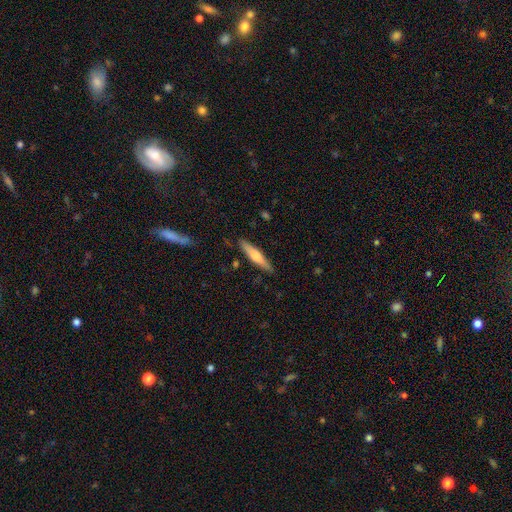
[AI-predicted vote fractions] Smooth or featured? Predicted: smooth (p=0.52). How rounded? Predicted: cigar-shaped (p=0.87). Merging? Predicted: none (p=0.87).